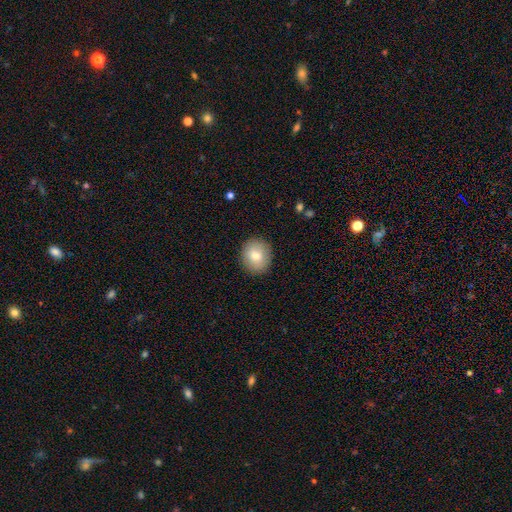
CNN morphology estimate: The model was most divided on "how rounded": round: 79%, in between: 20%, cigar-shaped: 1%. More confident: merging — none (89%); smooth or featured — smooth (78%).